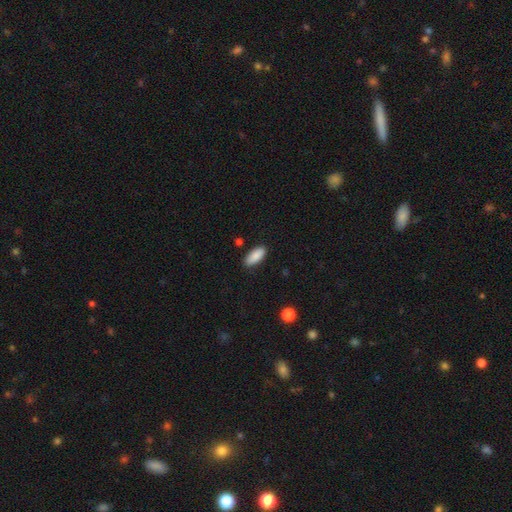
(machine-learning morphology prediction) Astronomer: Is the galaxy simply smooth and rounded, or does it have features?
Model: smooth — 89%.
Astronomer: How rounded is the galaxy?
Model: in between — 87%.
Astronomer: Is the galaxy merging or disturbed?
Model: none — 86%.